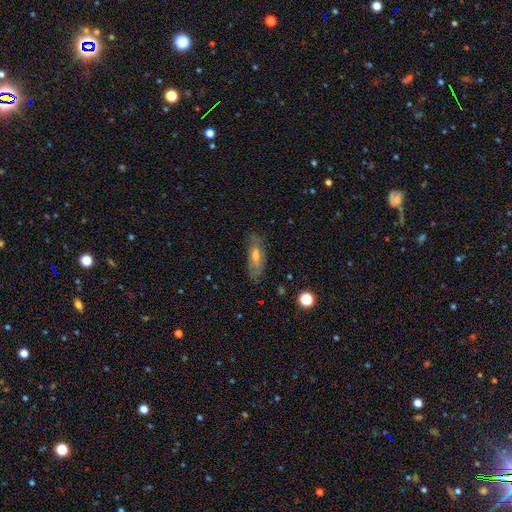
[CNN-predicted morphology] Smooth or featured? smooth (47%)
Merging? none (71%)